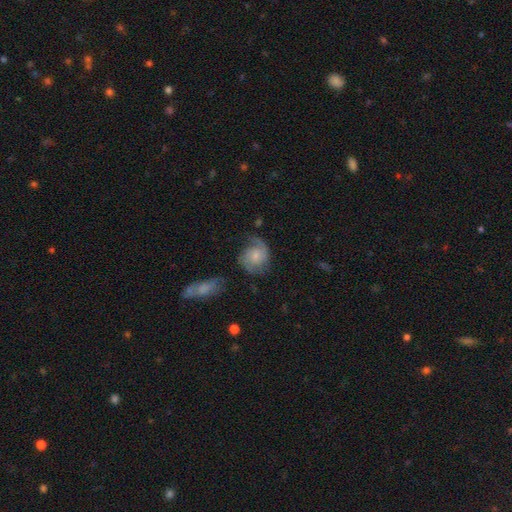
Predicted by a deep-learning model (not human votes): Overall: featured or disk (68%). Edge-on disk: no (98%). Bar: no (57%; weak 37%). Spiral arms: yes (92%). Spiral arm count: 2 (62%). Spiral winding: medium (45%; tight 32%). Bulge size: small (52%; moderate 36%). Merging: none (58%; minor disturbance 24%).